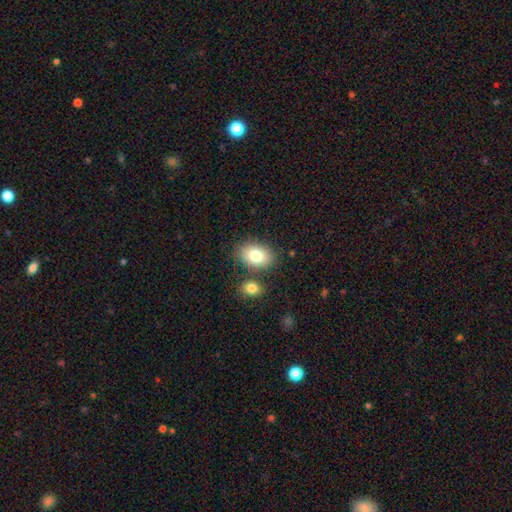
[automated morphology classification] Smooth or featured?
  - smooth: 79% *
  - featured or disk: 12%
  - star or artifact: 8%
How rounded?
  - in between: 84% *
  - round: 14%
  - cigar-shaped: 1%
Merging?
  - none: 76% *
  - minor disturbance: 10%
  - merger: 10%
  - major disturbance: 3%